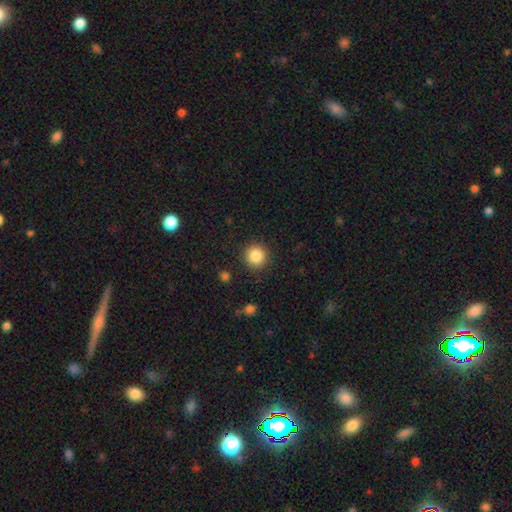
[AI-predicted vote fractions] This is clearly a smooth galaxy (86%). How rounded: clearly round (94%). Merging: clearly none (91%).